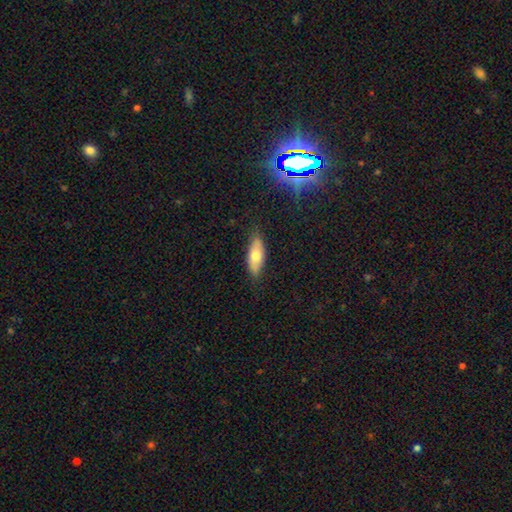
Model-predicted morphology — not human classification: A smooth galaxy with no disk features (66%) that is in between round and cigar-shaped (72%).

Vote fractions:
- Smooth or featured? smooth: 66% / featured or disk: 28% / star or artifact: 7%
- How rounded? in between: 72% / cigar-shaped: 25% / round: 3%
- Merging? none: 82% / minor disturbance: 14% / major disturbance: 2% / merger: 1%